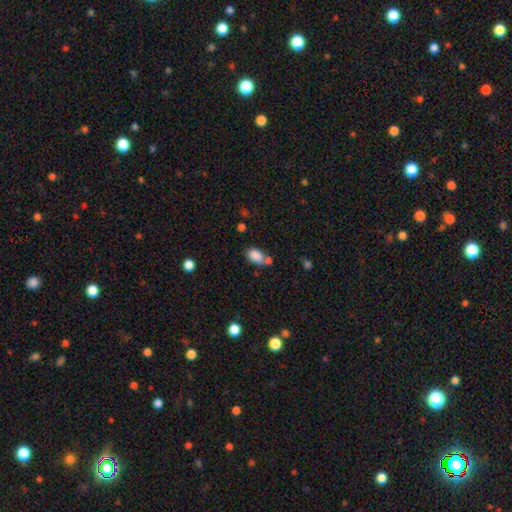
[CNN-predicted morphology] The model was most divided on "merging": none: 50%, merger: 29%, minor disturbance: 16%, major disturbance: 5%. More confident: how rounded — in between (89%); smooth or featured — smooth (85%).